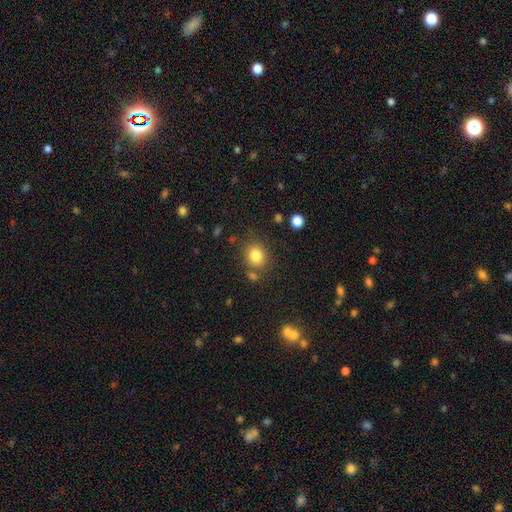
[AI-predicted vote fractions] This is clearly a smooth galaxy (82%). How rounded: likely round (71%). Merging: likely none (76%).